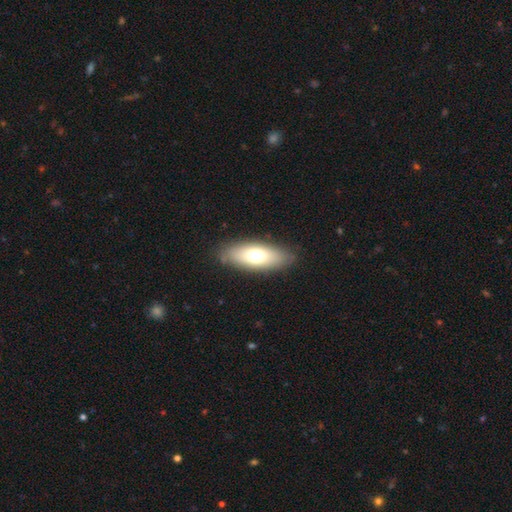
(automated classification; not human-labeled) Smooth or featured: smooth — 67% (featured or disk — 26%)
How rounded: in between — 74% (cigar-shaped — 23%)
Merging: none — 85% (minor disturbance — 11%)